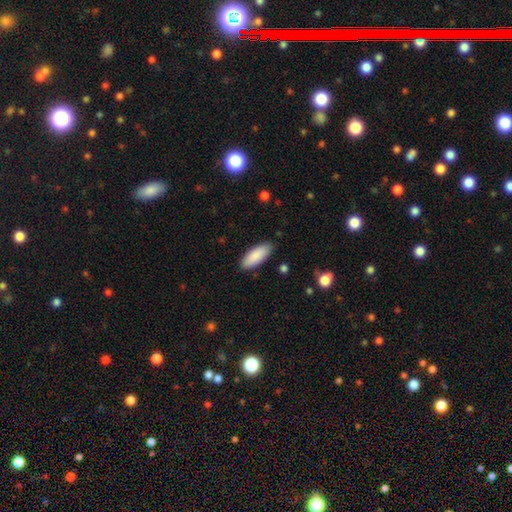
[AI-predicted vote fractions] This is clearly a smooth galaxy (88%). How rounded: likely in between (78%). Merging: clearly none (87%).